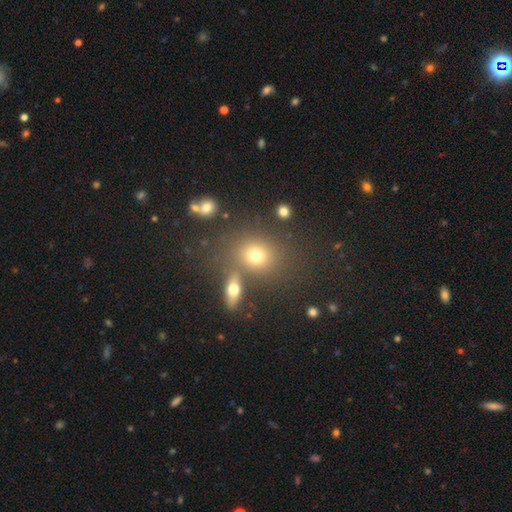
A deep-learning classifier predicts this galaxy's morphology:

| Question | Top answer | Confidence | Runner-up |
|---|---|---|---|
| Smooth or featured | smooth | 71% | star or artifact (16%) |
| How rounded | round | 65% | in between (33%) |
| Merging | none | 70% | merger (15%) |